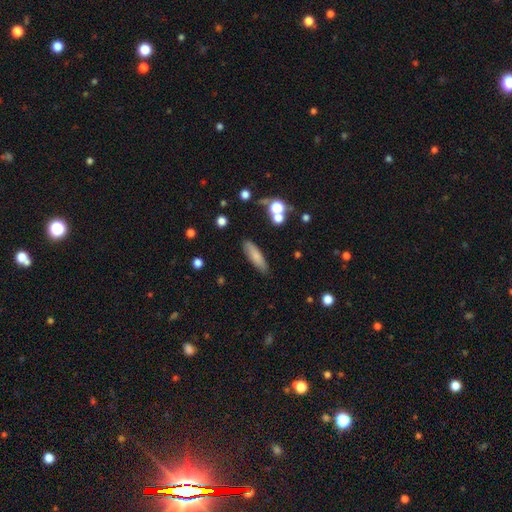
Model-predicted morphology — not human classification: type=smooth (77%); roundness=cigar-shaped (63%); merging=none (84%).